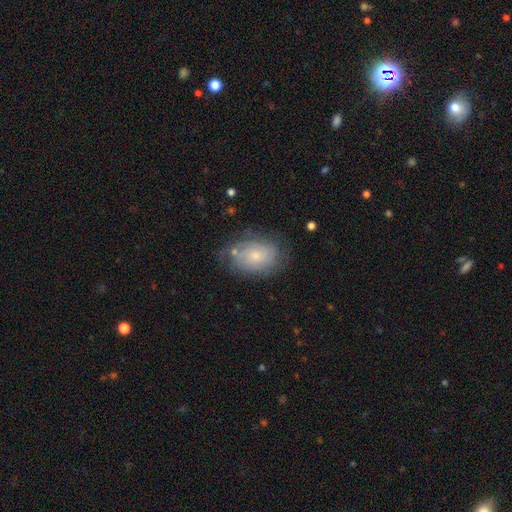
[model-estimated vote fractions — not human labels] A featured or disk galaxy (51%).

Vote fractions:
- Smooth or featured? featured or disk: 51% / smooth: 40% / star or artifact: 8%
- Edge-on disk? no: 96% / yes: 4%
- Merging? none: 63% / minor disturbance: 24% / major disturbance: 10% / merger: 3%